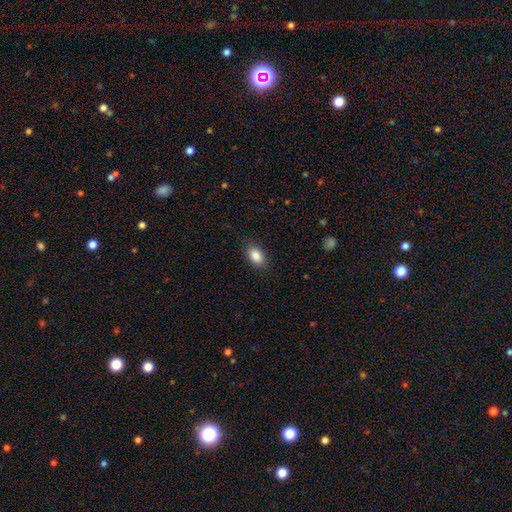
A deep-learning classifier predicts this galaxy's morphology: Smooth or featured? Predicted: smooth (p=0.88). How rounded? Predicted: in between (p=0.89). Merging? Predicted: none (p=0.87).